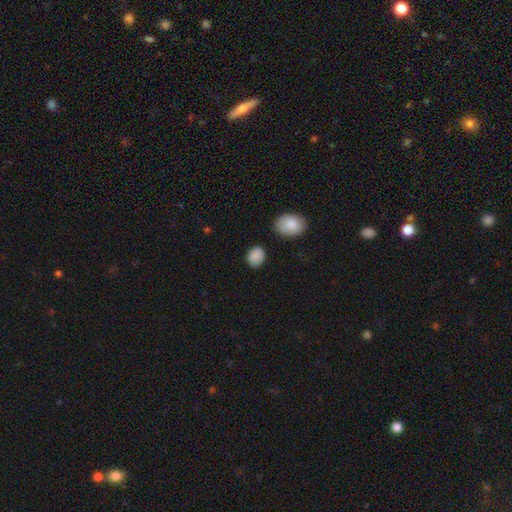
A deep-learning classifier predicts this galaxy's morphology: type=smooth (88%); roundness=in between (52%); merging=none (78%).